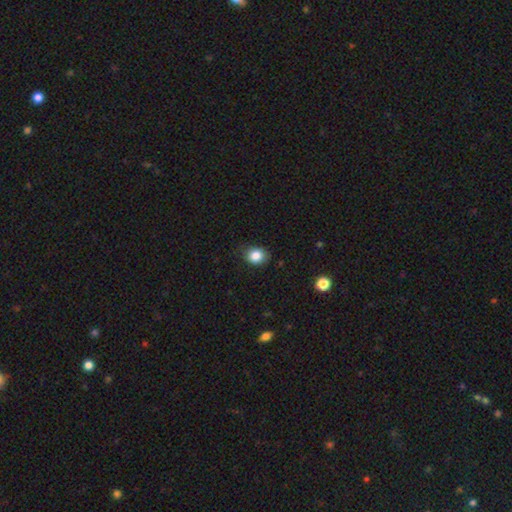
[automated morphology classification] smooth_or_featured: smooth (p=0.85) [alt: star or artifact p=0.10]
how_rounded: round (p=0.56) [alt: in between p=0.43]
merging: none (p=0.80) [alt: minor disturbance p=0.16]